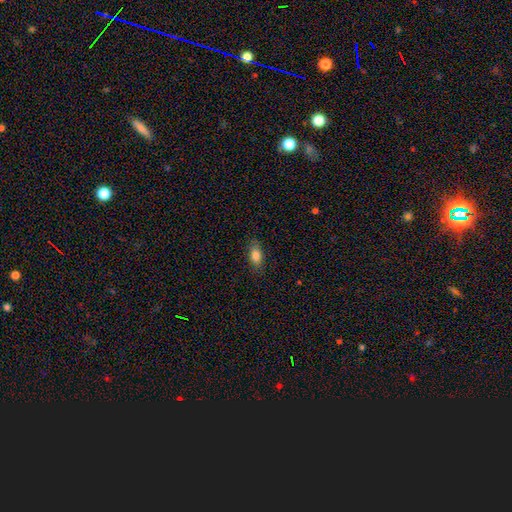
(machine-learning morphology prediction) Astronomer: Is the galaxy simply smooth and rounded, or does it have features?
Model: smooth — 83%.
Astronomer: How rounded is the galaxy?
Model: in between — 87%.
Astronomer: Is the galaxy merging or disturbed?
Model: none — 83%.